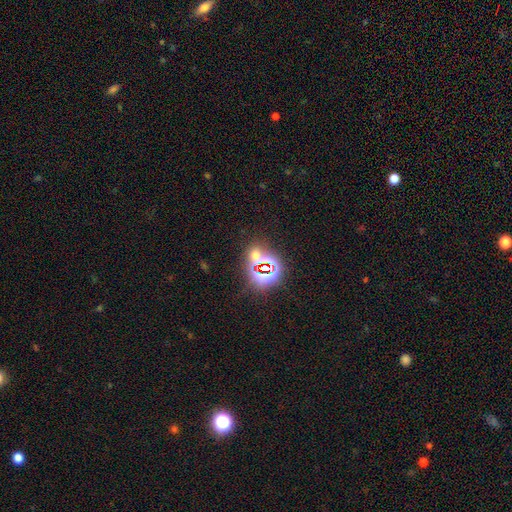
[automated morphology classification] Smooth or featured? star or artifact (61%)